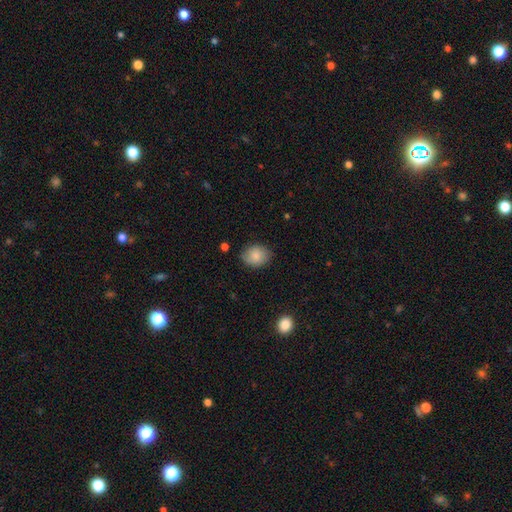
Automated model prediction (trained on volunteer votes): Morphology: type=smooth (85%); roundness=in between (52%); merging=none (81%).